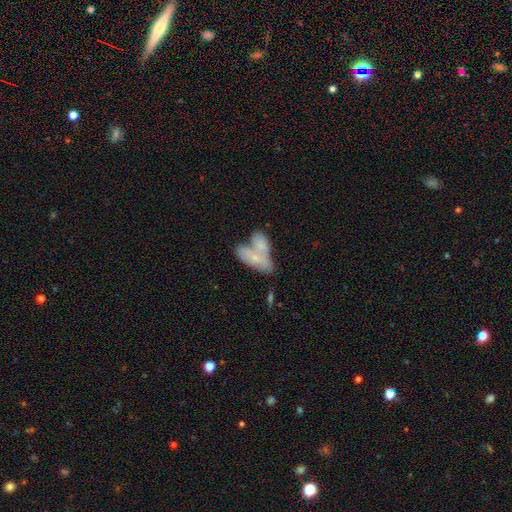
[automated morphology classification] This is possibly a smooth galaxy (59%). How rounded: clearly in between (85%). Merging: likely merger (65%).